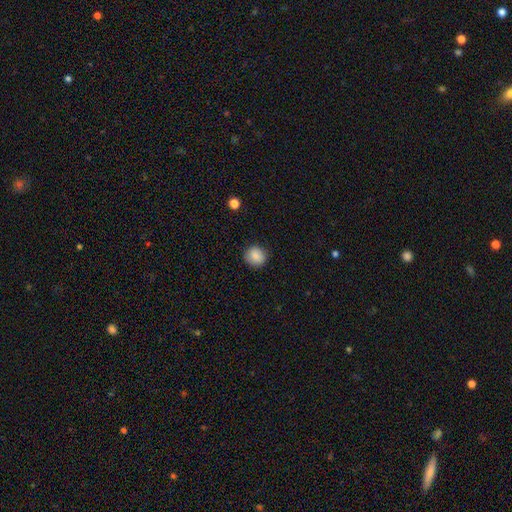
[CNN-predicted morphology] smooth 87%, star or artifact 8%, featured or disk 5%. Down the decision tree: how rounded — round (85%); merging — none (86%).